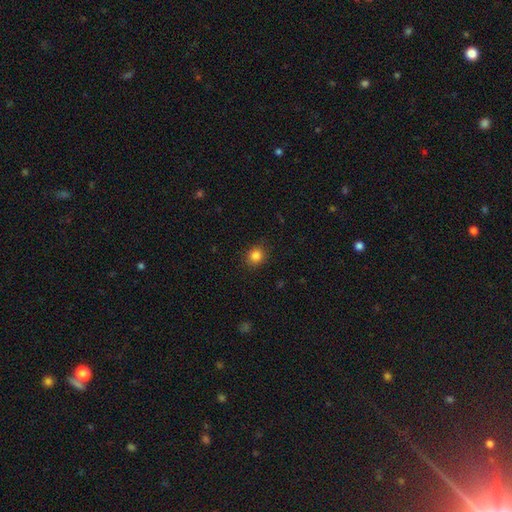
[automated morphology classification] This appears to be a smooth galaxy with no disk features (84%) that is round (82%). Merging: none (89%).